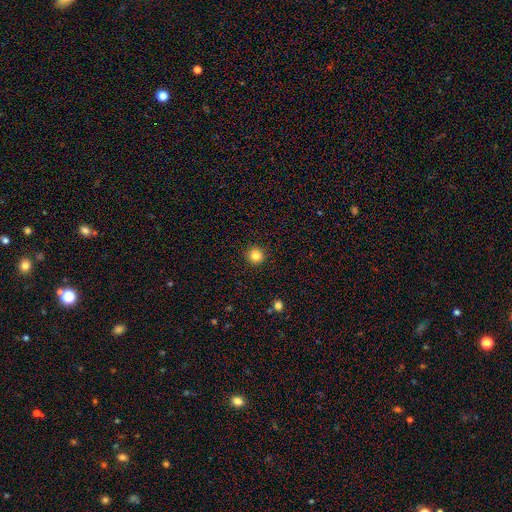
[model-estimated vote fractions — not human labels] Morphology: type=smooth (83%); roundness=round (95%); merging=none (93%).